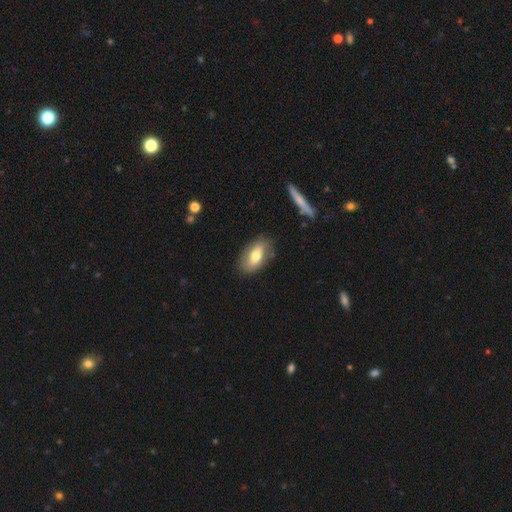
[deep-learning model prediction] This appears to be a smooth galaxy with no disk features (65%) that is in between round and cigar-shaped (89%). Merging: none (79%).